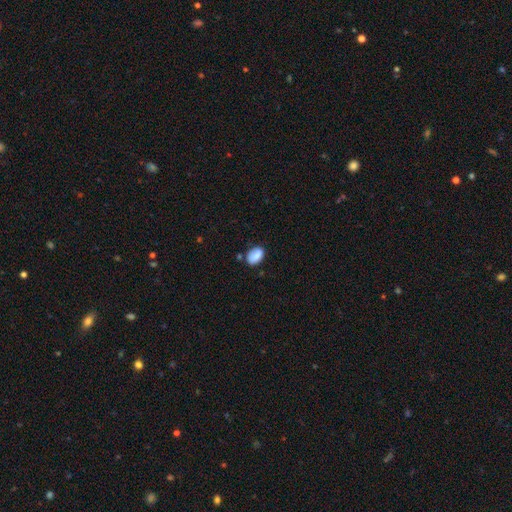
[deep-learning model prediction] Smooth or featured? smooth (83%)
How rounded? in between (85%)
Merging? none (66%)